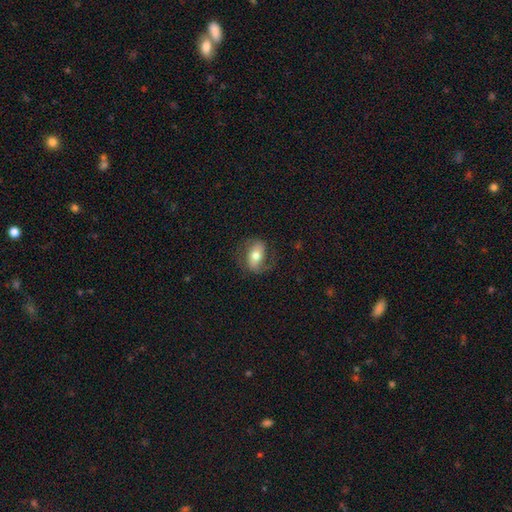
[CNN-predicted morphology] Smooth or featured? smooth (49%)
Merging? none (67%)